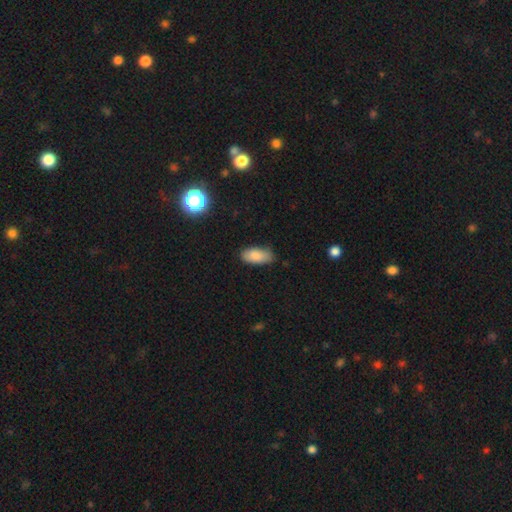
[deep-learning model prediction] Smooth or featured? smooth (86%)
How rounded? in between (89%)
Merging? none (76%)